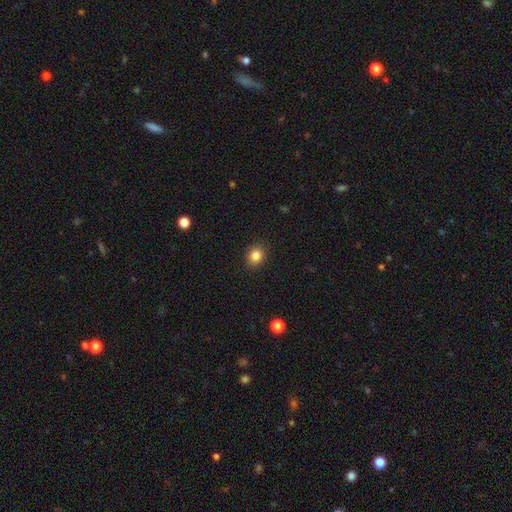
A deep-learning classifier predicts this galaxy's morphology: A smooth galaxy with no disk features (84%) that is round (65%).

Vote fractions:
- Smooth or featured? smooth: 84% / star or artifact: 11% / featured or disk: 5%
- How rounded? round: 65% / in between: 35% / cigar-shaped: 1%
- Merging? none: 89% / minor disturbance: 8% / major disturbance: 2% / merger: 1%